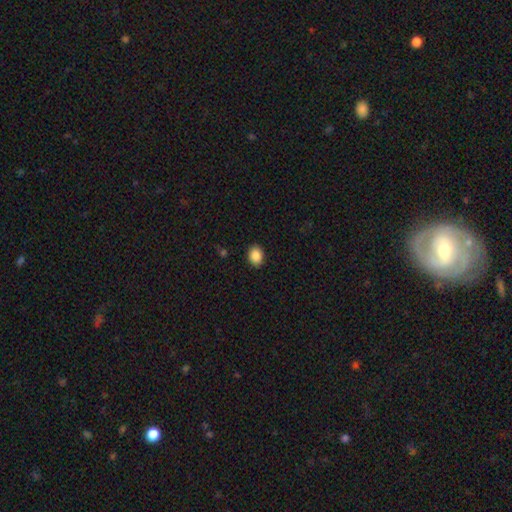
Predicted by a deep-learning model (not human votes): Overall: smooth (88%). How rounded: in between (60%; round 39%). Merging: none (89%).